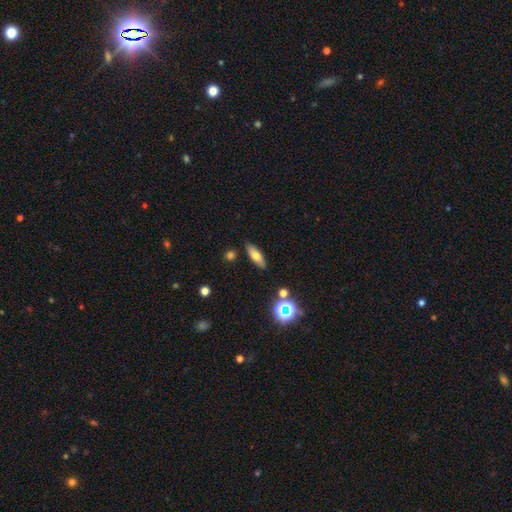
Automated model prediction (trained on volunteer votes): This appears to be a smooth galaxy with no disk features (64%) that is in between round and cigar-shaped (63%). Merging: none (86%).